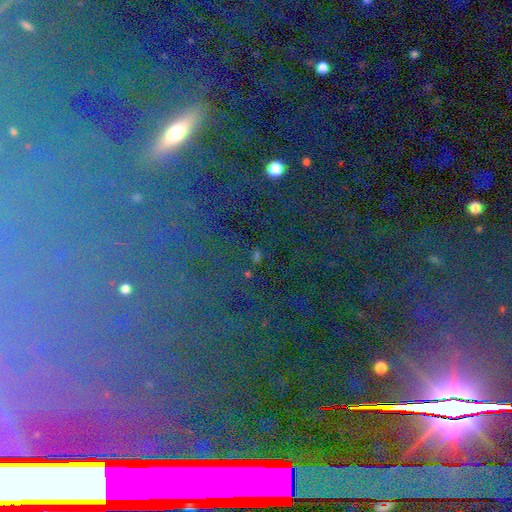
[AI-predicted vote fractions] Smooth or featured?
  - star or artifact: 68% *
  - smooth: 17%
  - featured or disk: 14%